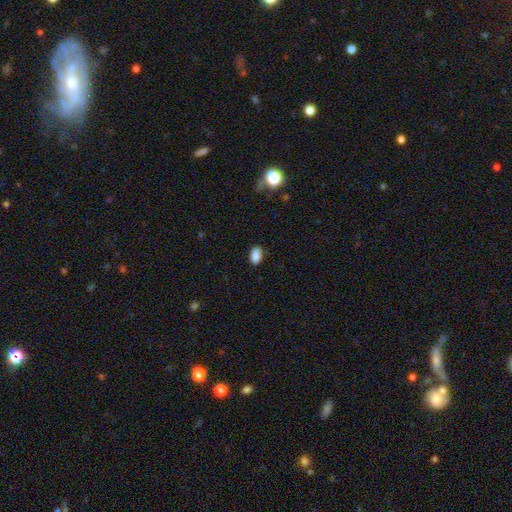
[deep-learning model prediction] Smooth or featured: smooth — 88% (star or artifact — 9%)
How rounded: in between — 88% (round — 11%)
Merging: none — 86% (minor disturbance — 11%)